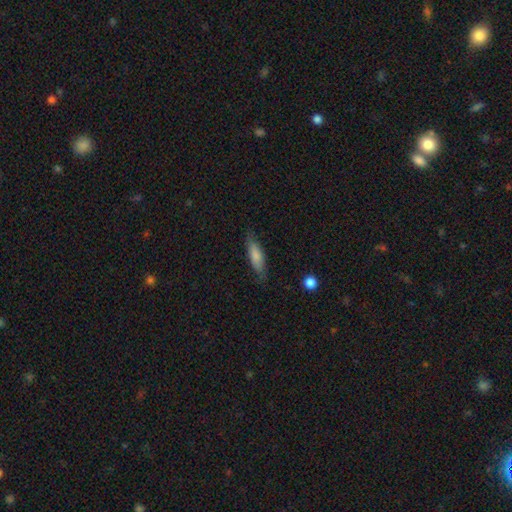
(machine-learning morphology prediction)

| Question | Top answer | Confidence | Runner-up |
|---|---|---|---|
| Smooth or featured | smooth | 76% | featured or disk (18%) |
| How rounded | cigar-shaped | 52% | in between (47%) |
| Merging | none | 78% | minor disturbance (17%) |